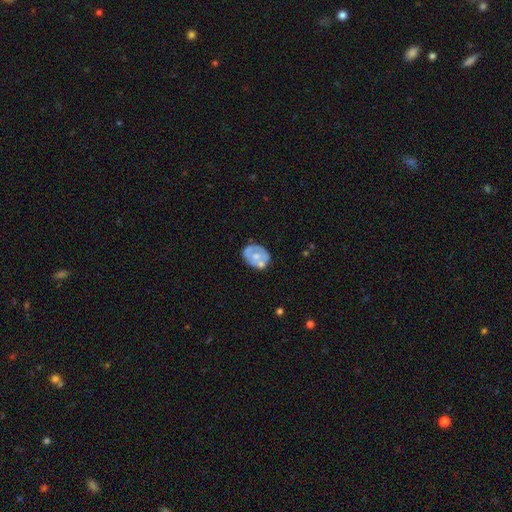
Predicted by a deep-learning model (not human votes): Morphology: type=featured or disk (51%); edge-on=no (97%); merging=none (50%).